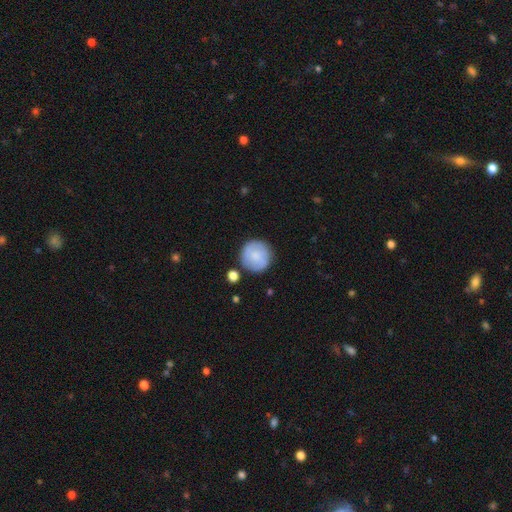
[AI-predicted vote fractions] A smooth galaxy with no disk features (71%) that is round (95%).

Vote fractions:
- Smooth or featured? smooth: 71% / featured or disk: 22% / star or artifact: 7%
- How rounded? round: 95% / in between: 4% / cigar-shaped: 1%
- Merging? none: 83% / minor disturbance: 10% / merger: 4% / major disturbance: 3%